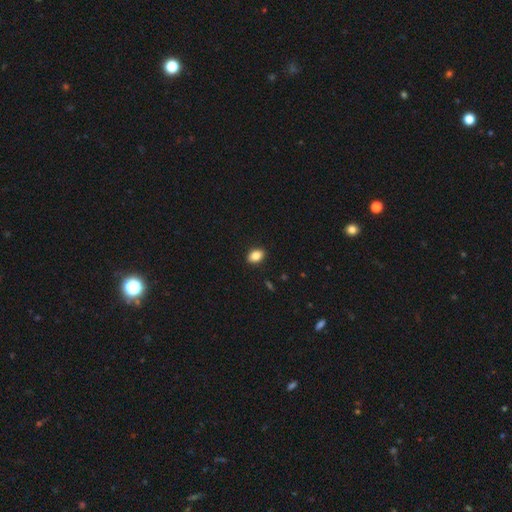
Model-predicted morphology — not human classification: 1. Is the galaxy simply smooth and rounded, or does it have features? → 85% smooth, 9% star or artifact, 6% featured or disk.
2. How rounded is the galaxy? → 79% in between, 20% round, 2% cigar-shaped.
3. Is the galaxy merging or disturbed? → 90% none, 7% minor disturbance, 2% major disturbance, 1% merger.